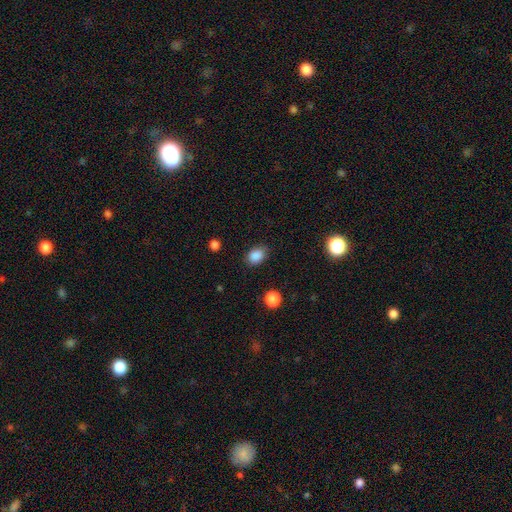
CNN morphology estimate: Q: Smooth or featured?
A: smooth (87%); runner-up: star or artifact (9%)
Q: How rounded?
A: in between (70%); runner-up: round (29%)
Q: Merging?
A: none (81%); runner-up: minor disturbance (14%)